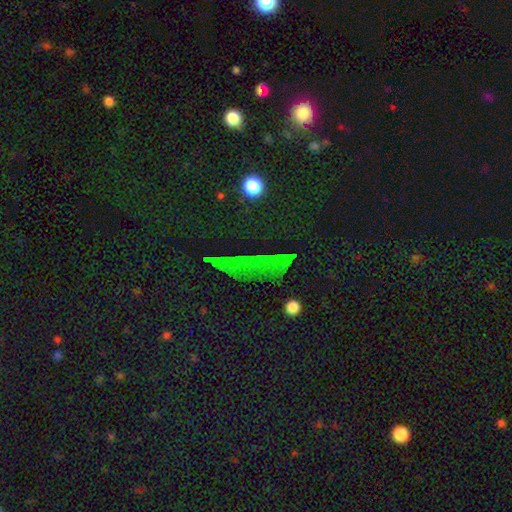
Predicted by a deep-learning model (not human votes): A star or artifact, not a galaxy (63%).

Vote fractions:
- Smooth or featured? star or artifact: 63% / smooth: 26% / featured or disk: 11%